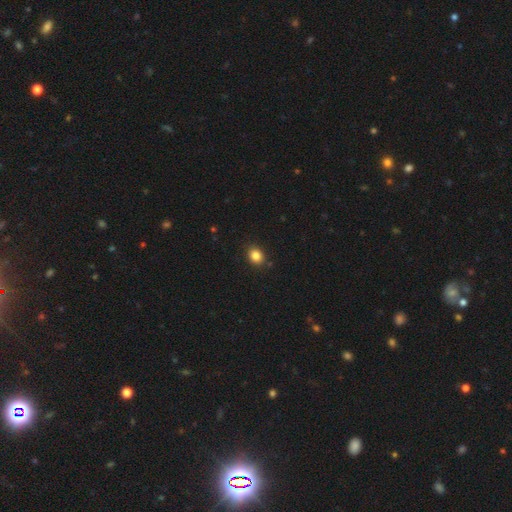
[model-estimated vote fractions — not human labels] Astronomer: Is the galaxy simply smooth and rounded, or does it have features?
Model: smooth — 85%.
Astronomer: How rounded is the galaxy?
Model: round — 55% (runner-up: in between, 44%).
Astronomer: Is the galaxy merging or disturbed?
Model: none — 88%.